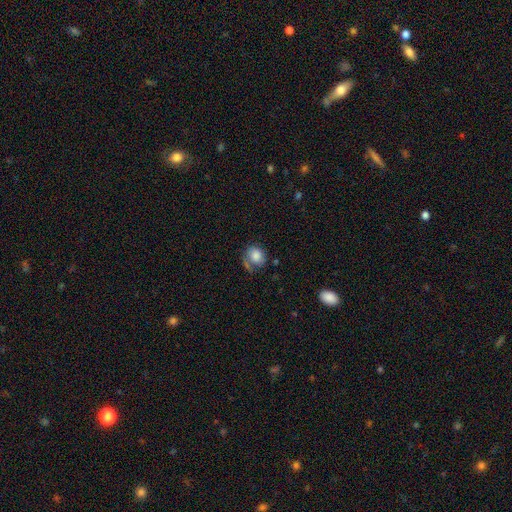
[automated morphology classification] smooth-or-featured: smooth: 76% | featured or disk: 15% | star or artifact: 8%
  how-rounded: round: 64% | in between: 35% | cigar-shaped: 1%
  merging: none: 49% | minor disturbance: 24% | major disturbance: 17% | merger: 11%